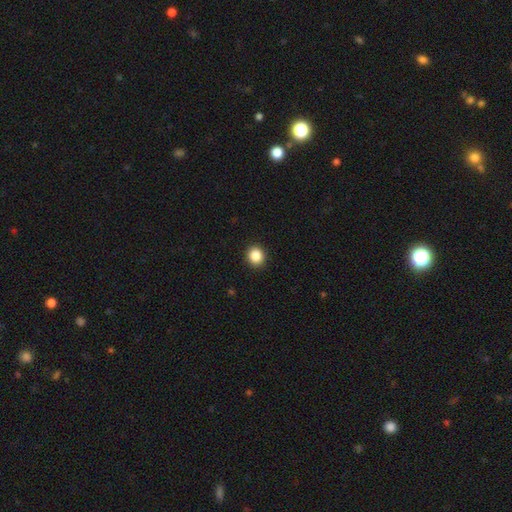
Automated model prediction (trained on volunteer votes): Overall: smooth (87%). How rounded: round (85%). Merging: none (92%).